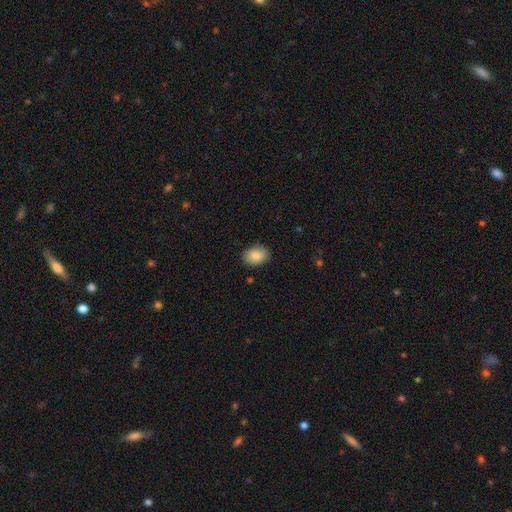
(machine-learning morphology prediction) Overall: smooth (86%). How rounded: in between (73%). Merging: none (85%).